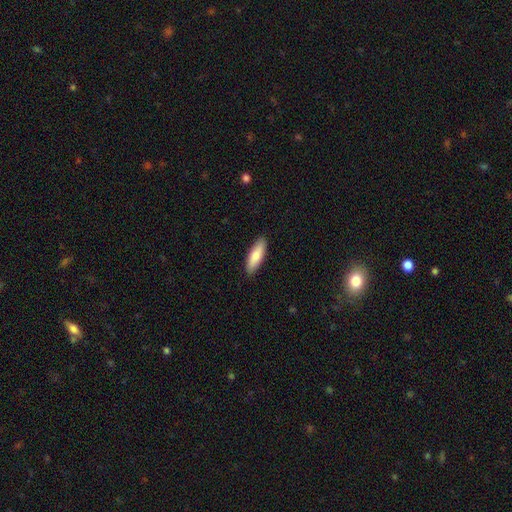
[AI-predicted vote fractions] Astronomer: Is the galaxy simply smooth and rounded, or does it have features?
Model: smooth — 79%.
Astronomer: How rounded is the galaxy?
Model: in between — 54% (runner-up: cigar-shaped, 45%).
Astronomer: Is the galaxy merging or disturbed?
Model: none — 89%.